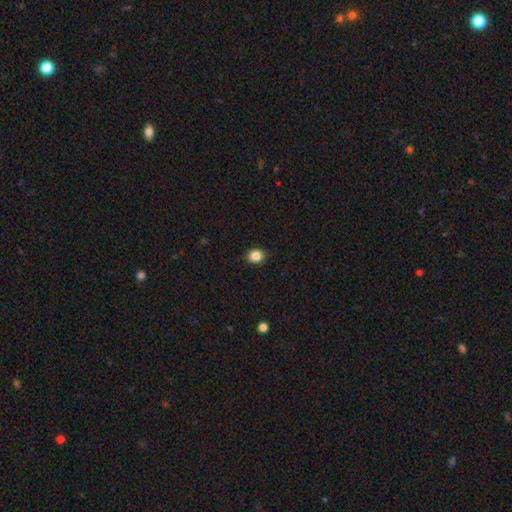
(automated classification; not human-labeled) Q: Smooth or featured?
A: smooth (86%); runner-up: star or artifact (10%)
Q: How rounded?
A: round (65%); runner-up: in between (34%)
Q: Merging?
A: none (90%); runner-up: minor disturbance (7%)